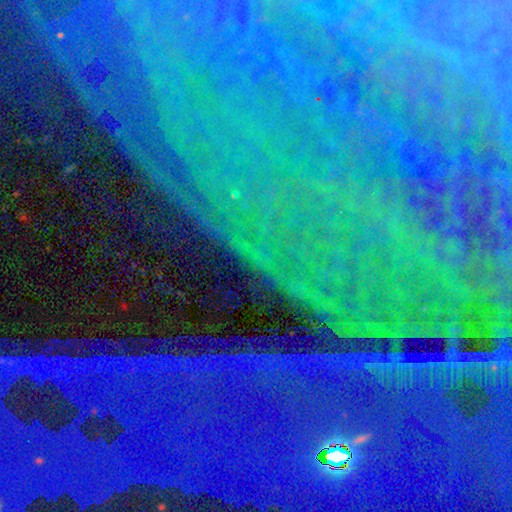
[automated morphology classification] Q: Smooth or featured?
A: star or artifact (85%); runner-up: featured or disk (8%)